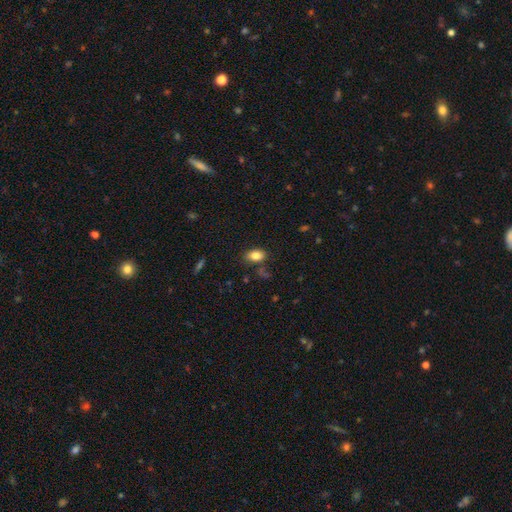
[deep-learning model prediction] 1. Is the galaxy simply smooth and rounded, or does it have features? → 83% smooth, 9% star or artifact, 8% featured or disk.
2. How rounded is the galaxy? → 86% in between, 12% round, 2% cigar-shaped.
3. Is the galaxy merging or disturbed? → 79% none, 14% minor disturbance, 4% merger, 4% major disturbance.